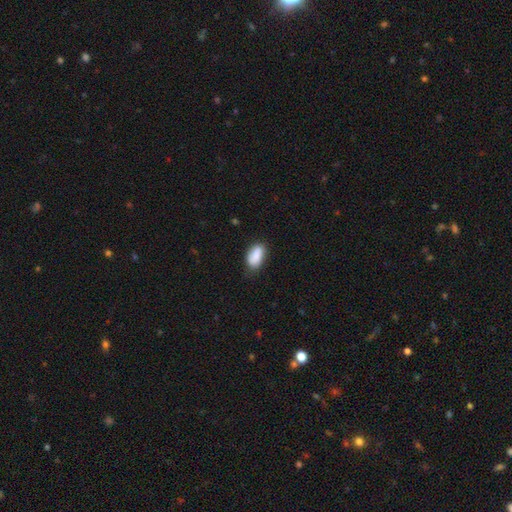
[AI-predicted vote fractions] Smooth or featured?
  - smooth: 85% *
  - featured or disk: 9%
  - star or artifact: 7%
How rounded?
  - in between: 92% *
  - round: 5%
  - cigar-shaped: 3%
Merging?
  - none: 71% *
  - minor disturbance: 23%
  - major disturbance: 4%
  - merger: 2%